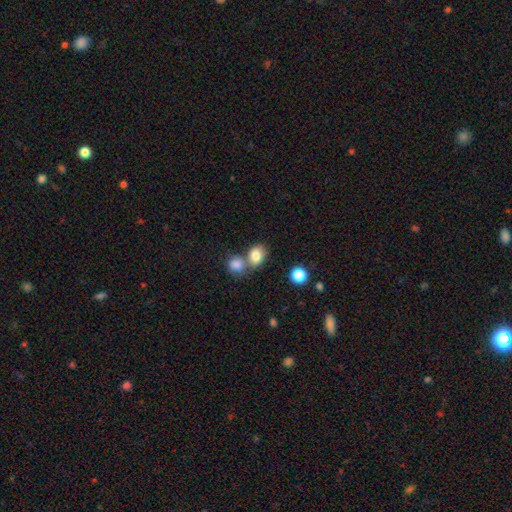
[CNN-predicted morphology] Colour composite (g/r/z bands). It shows a smooth galaxy with no disk features (82%) that is in between round and cigar-shaped (54%). Merging: none (44%).